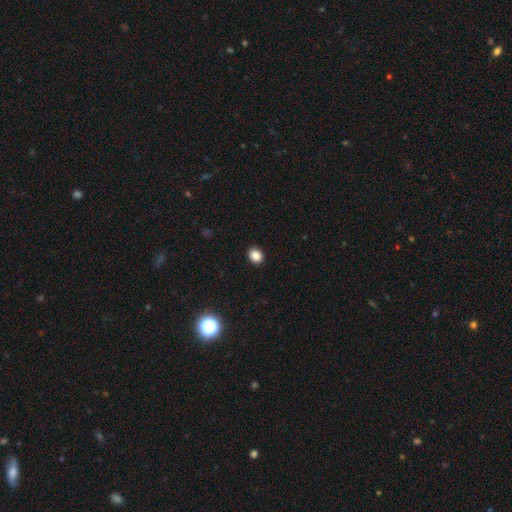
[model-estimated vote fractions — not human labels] Smooth or featured?
  - smooth: 85% *
  - star or artifact: 11%
  - featured or disk: 4%
How rounded?
  - round: 57% *
  - in between: 42%
  - cigar-shaped: 1%
Merging?
  - none: 92% *
  - minor disturbance: 6%
  - major disturbance: 2%
  - merger: 1%